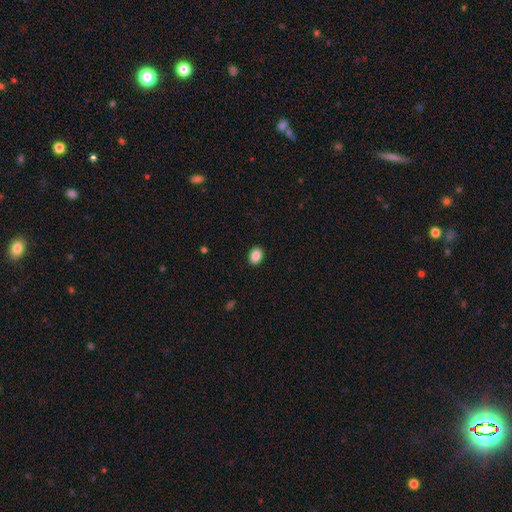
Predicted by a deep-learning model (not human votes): The model was most divided on "how rounded": in between: 64%, round: 35%, cigar-shaped: 1%. More confident: merging — none (91%); smooth or featured — smooth (89%).